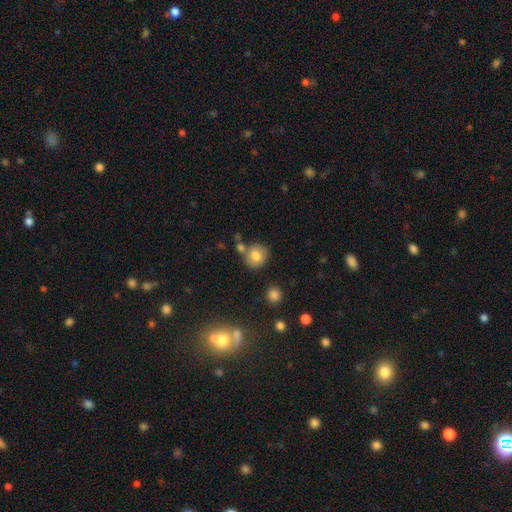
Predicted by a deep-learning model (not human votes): smooth-or-featured: smooth: 79% | featured or disk: 11% | star or artifact: 10%
  how-rounded: round: 84% | in between: 15% | cigar-shaped: 1%
  merging: none: 66% | merger: 17% | minor disturbance: 13% | major disturbance: 4%